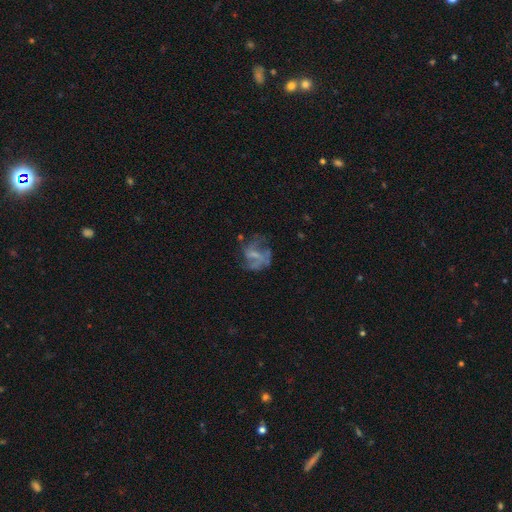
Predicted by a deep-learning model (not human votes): Smooth or featured? Predicted: featured or disk (p=0.63). Edge-on disk? Predicted: no (p=0.98). Bar? Predicted: no (p=0.44). Spiral arms? Predicted: yes (p=0.64). Bulge size? Predicted: none (p=0.41). Merging? Predicted: none (p=0.44).